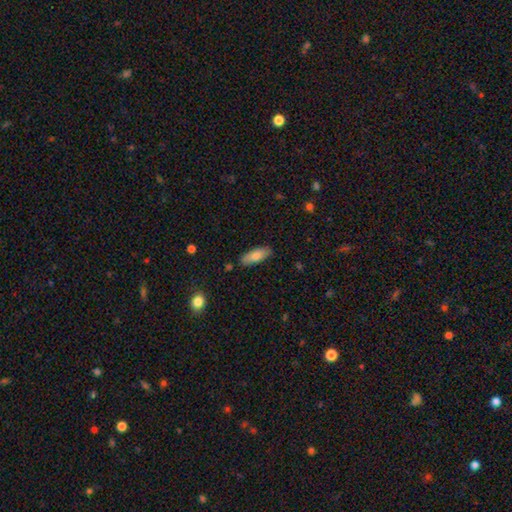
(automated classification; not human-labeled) Overall: smooth (79%). How rounded: in between (74%). Merging: none (83%).